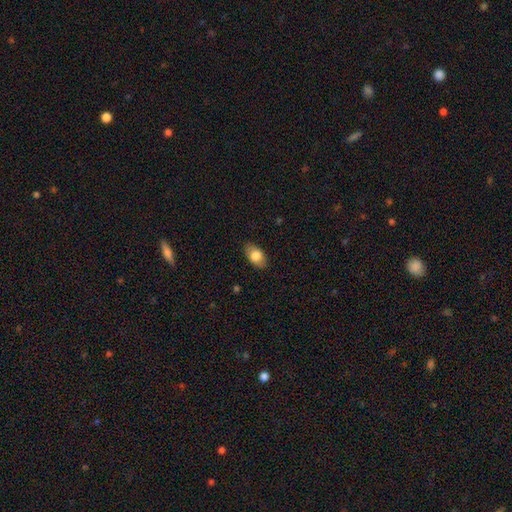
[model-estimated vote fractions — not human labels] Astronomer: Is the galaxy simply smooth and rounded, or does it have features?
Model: smooth — 81%.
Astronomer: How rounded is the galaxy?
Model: in between — 92%.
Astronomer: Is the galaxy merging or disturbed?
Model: none — 86%.